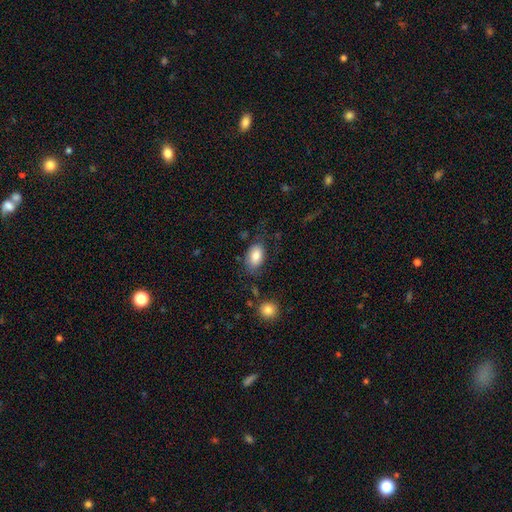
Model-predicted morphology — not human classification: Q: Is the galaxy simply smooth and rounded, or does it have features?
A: smooth — 83%.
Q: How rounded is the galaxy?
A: in between — 89%.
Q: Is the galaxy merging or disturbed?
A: none — 70%.